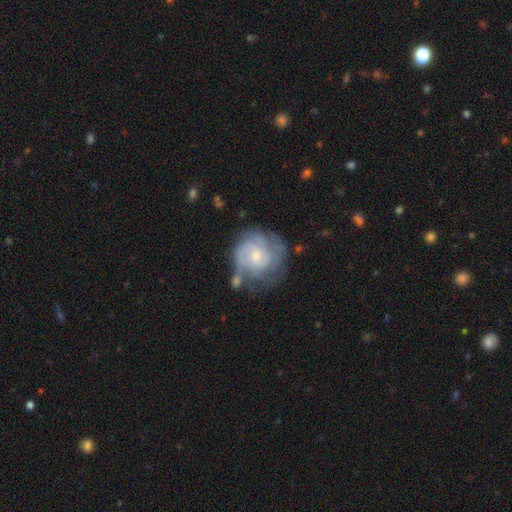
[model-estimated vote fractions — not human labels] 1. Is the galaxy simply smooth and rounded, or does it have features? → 75% featured or disk, 18% smooth, 6% star or artifact.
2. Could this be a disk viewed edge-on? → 98% no, 2% yes.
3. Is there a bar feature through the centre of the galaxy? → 67% no, 29% weak, 4% strong.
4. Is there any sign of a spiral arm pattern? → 90% yes, 10% no.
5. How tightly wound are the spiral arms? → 56% tight, 33% medium, 10% loose.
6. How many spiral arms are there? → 34% can't tell, 24% 3, 23% 2, 9% 4, 5% 1, 4% more than 4.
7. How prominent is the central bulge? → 64% small, 30% moderate, 4% none, 2% large, 1% dominant.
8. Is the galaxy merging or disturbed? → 54% none, 23% minor disturbance, 14% major disturbance, 9% merger.